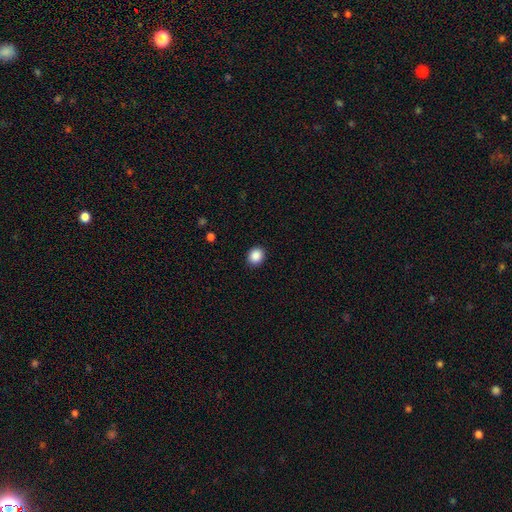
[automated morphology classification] smooth_or_featured: smooth (p=0.88) [alt: star or artifact p=0.09]
how_rounded: round (p=0.71) [alt: in between p=0.28]
merging: none (p=0.91) [alt: minor disturbance p=0.06]